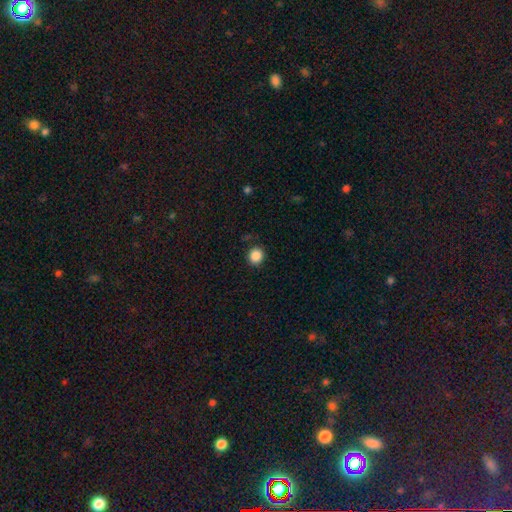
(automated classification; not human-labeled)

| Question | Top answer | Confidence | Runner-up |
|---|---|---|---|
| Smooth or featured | smooth | 87% | star or artifact (10%) |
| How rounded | round | 86% | in between (13%) |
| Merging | none | 89% | minor disturbance (7%) |